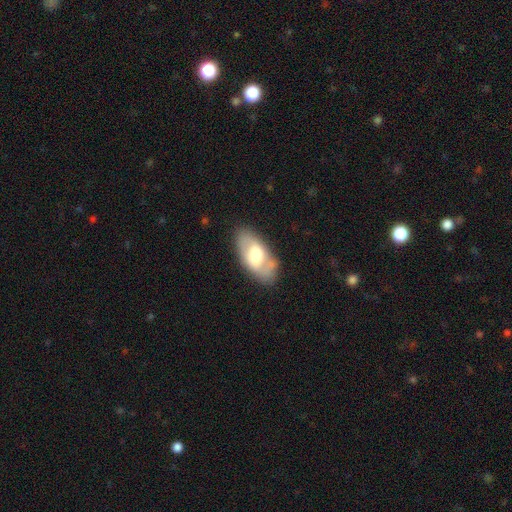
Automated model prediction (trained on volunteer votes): This appears to be a smooth galaxy with no disk features (49%). Merging: none (75%).